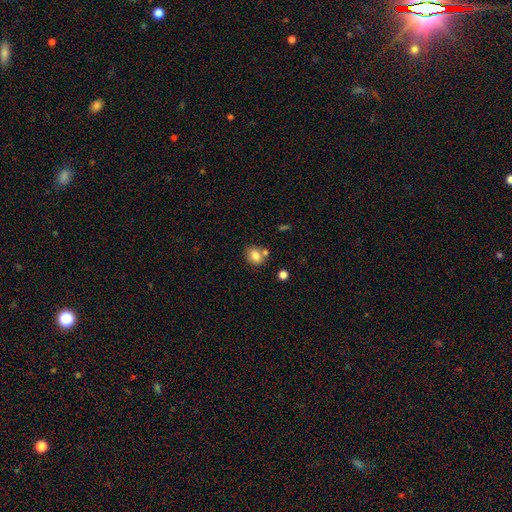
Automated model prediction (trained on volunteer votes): Smooth or featured? smooth (80%)
How rounded? round (57%)
Merging? none (66%)